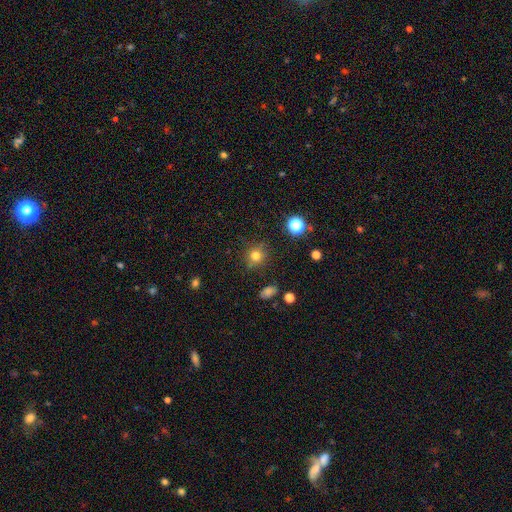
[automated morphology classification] Smooth or featured? smooth (71%)
How rounded? round (87%)
Merging? none (84%)